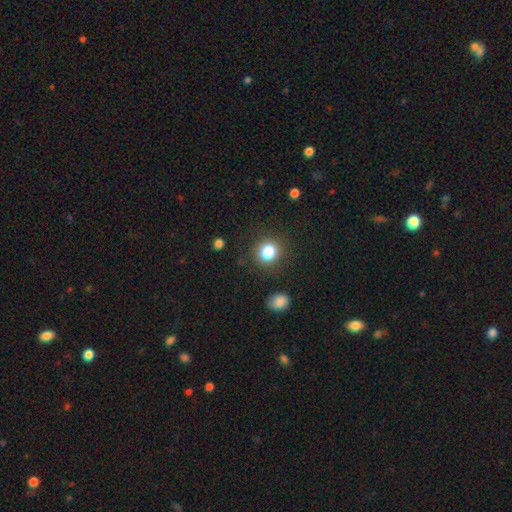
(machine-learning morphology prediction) Smooth or featured: smooth — 76% (star or artifact — 19%)
How rounded: round — 92% (in between — 7%)
Merging: none — 92% (minor disturbance — 5%)